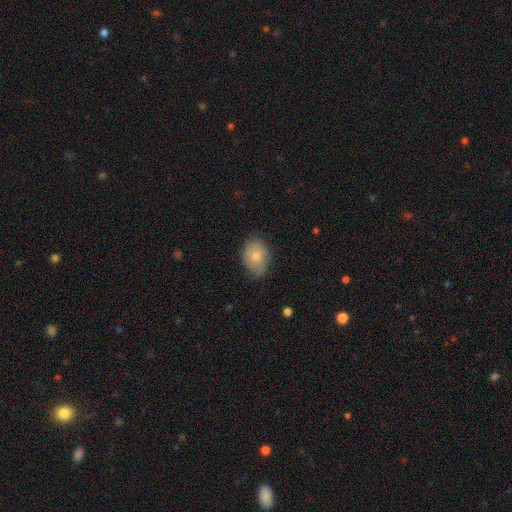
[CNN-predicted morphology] A smooth galaxy with no disk features (76%) that is in between round and cigar-shaped (70%).

Vote fractions:
- Smooth or featured? smooth: 76% / featured or disk: 17% / star or artifact: 7%
- How rounded? in between: 70% / round: 29% / cigar-shaped: 1%
- Merging? none: 69% / minor disturbance: 25% / major disturbance: 5% / merger: 1%